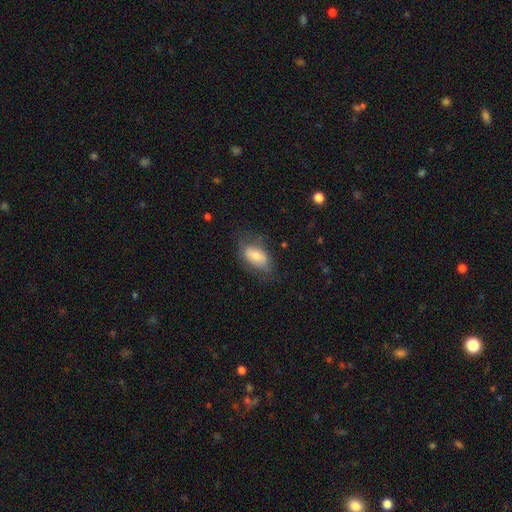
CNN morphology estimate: smooth_or_featured: smooth (p=0.66) [alt: featured or disk p=0.27]
how_rounded: in between (p=0.90) [alt: round p=0.06]
merging: none (p=0.62) [alt: minor disturbance p=0.24]